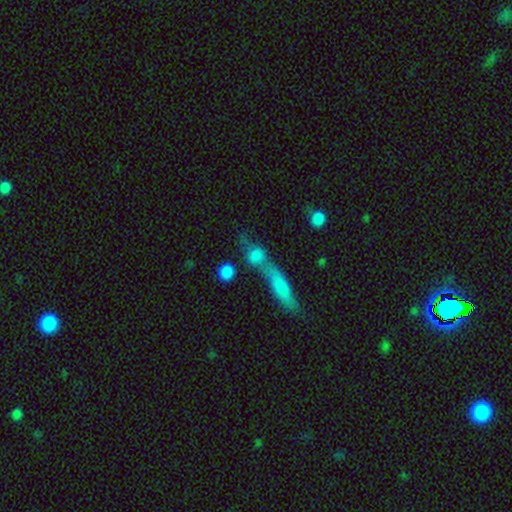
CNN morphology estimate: Smooth or featured?
  - smooth: 63% *
  - featured or disk: 24%
  - star or artifact: 13%
How rounded?
  - in between: 40% * (tied)
  - round: 40% * (tied)
  - cigar-shaped: 21%
Merging?
  - merger: 43% *
  - none: 35%
  - minor disturbance: 12%
  - major disturbance: 10%